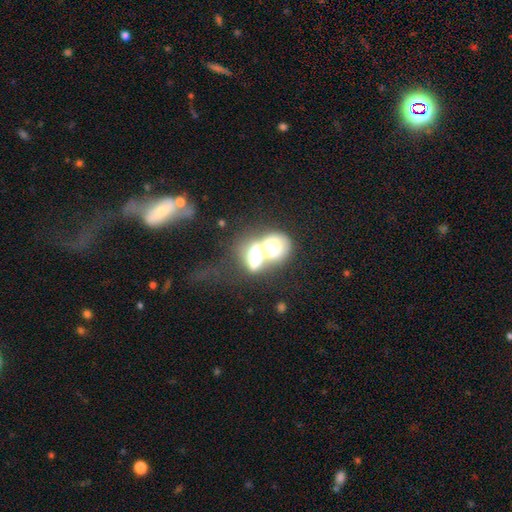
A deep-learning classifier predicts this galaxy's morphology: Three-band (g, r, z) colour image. It shows a smooth galaxy with no disk features (55%) that is in between round and cigar-shaped (56%). Merging: merger (68%).